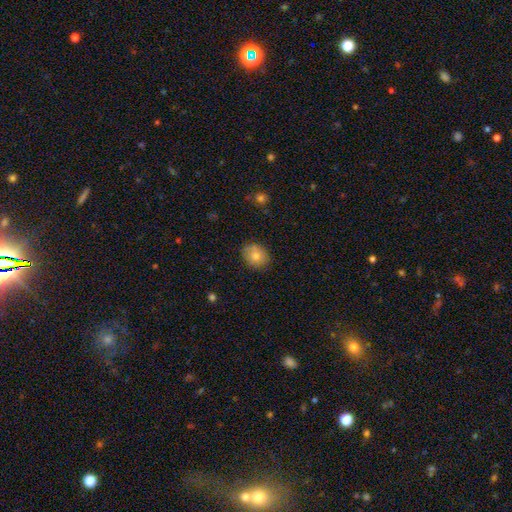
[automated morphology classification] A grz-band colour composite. It shows a smooth galaxy with no disk features (73%) that is round (53%). Merging: none (78%).